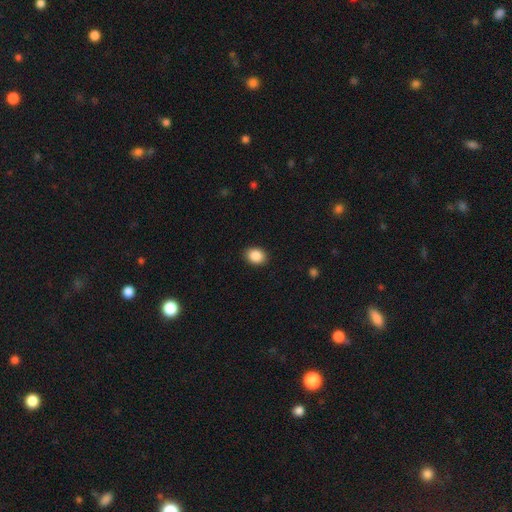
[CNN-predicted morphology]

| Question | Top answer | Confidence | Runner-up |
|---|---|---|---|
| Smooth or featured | smooth | 88% | star or artifact (8%) |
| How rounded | in between | 60% | round (39%) |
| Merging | none | 90% | minor disturbance (7%) |